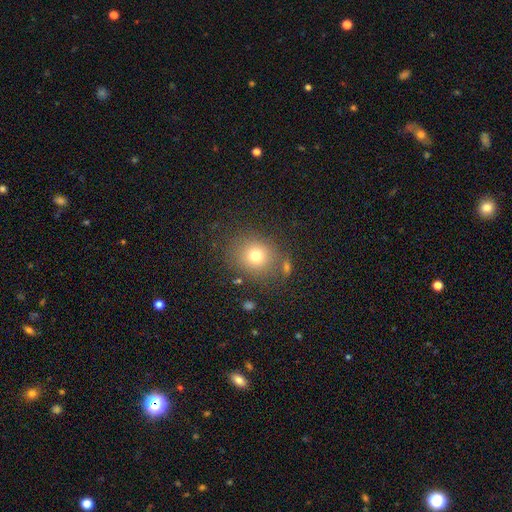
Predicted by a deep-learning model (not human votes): Overall: smooth (75%). How rounded: round (74%). Merging: none (78%).